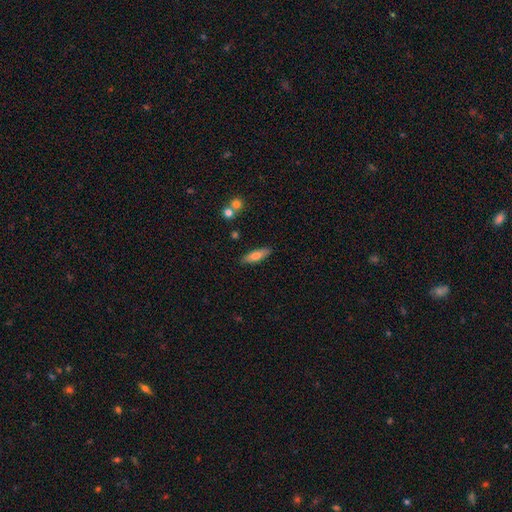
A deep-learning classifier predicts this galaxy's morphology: Smooth or featured? Predicted: smooth (p=0.68). How rounded? Predicted: cigar-shaped (p=0.57). Merging? Predicted: none (p=0.86).